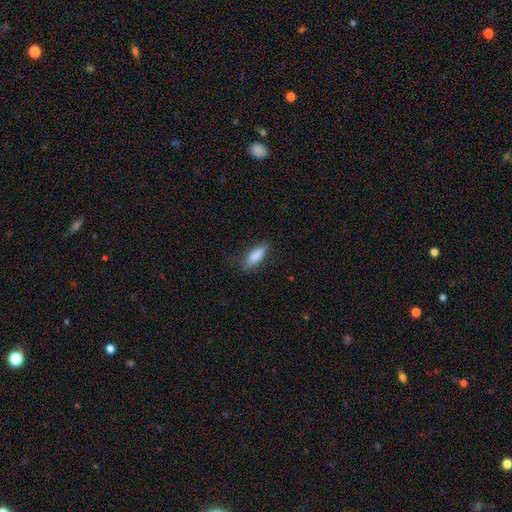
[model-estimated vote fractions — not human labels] Smooth or featured?
  - smooth: 84% *
  - featured or disk: 9%
  - star or artifact: 6%
How rounded?
  - in between: 68% *
  - cigar-shaped: 30%
  - round: 2%
Merging?
  - none: 70% *
  - minor disturbance: 22%
  - major disturbance: 6%
  - merger: 1%